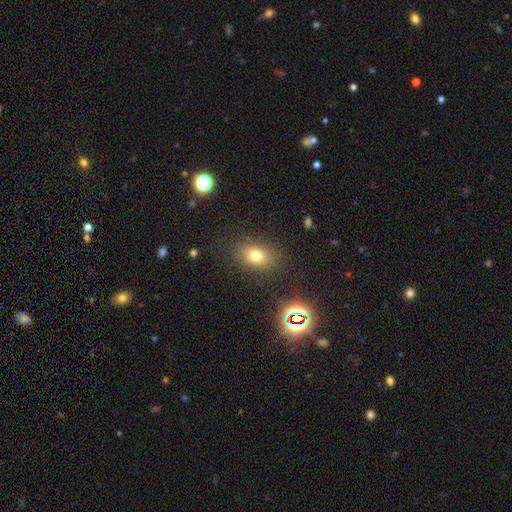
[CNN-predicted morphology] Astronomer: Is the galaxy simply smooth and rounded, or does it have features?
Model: smooth — 75%.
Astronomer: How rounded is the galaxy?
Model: in between — 73%.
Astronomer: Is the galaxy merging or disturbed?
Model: none — 83%.